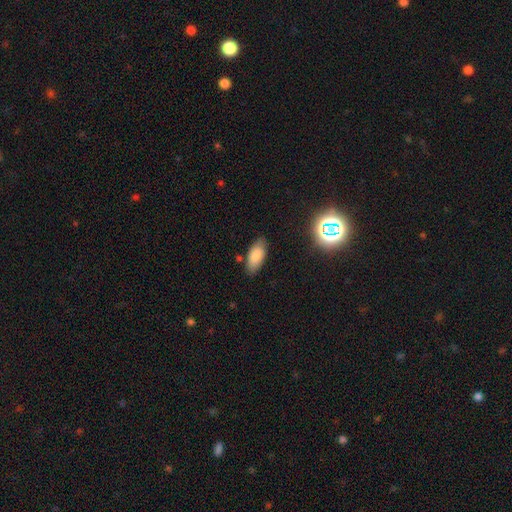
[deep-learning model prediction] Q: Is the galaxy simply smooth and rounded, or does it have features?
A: smooth — 84%.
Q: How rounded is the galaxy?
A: in between — 89%.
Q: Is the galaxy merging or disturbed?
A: none — 80%.